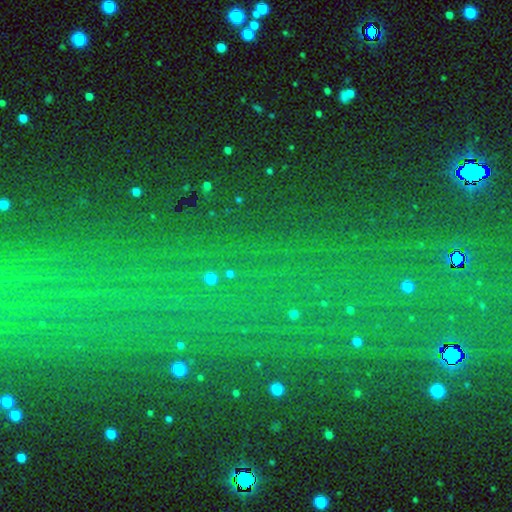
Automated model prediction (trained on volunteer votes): The model was most divided on "smooth or featured": star or artifact: 78%, smooth: 11%, featured or disk: 10%.